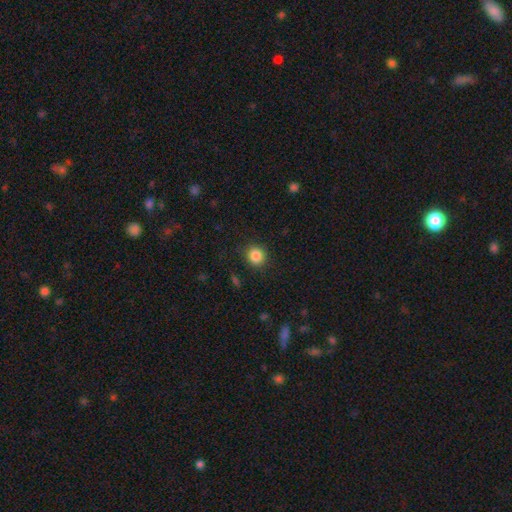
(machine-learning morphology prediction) A smooth galaxy with no disk features (86%) that is round (88%).

Vote fractions:
- Smooth or featured? smooth: 86% / star or artifact: 10% / featured or disk: 4%
- How rounded? round: 88% / in between: 11% / cigar-shaped: 1%
- Merging? none: 89% / minor disturbance: 8% / major disturbance: 3% / merger: 1%